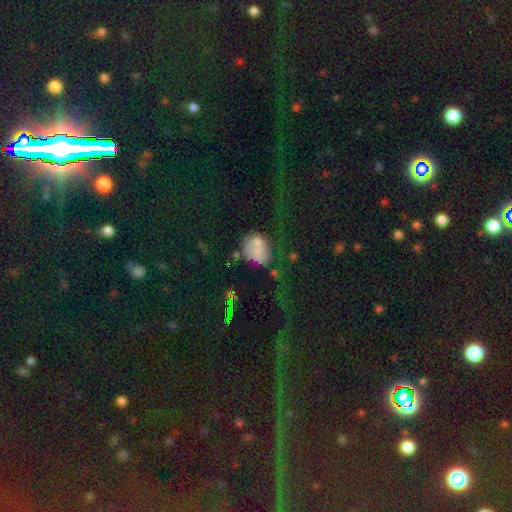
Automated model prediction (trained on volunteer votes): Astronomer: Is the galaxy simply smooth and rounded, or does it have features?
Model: smooth — 46% (runner-up: star or artifact, 34%).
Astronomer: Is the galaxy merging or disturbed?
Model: none — 45% (runner-up: major disturbance, 24%).